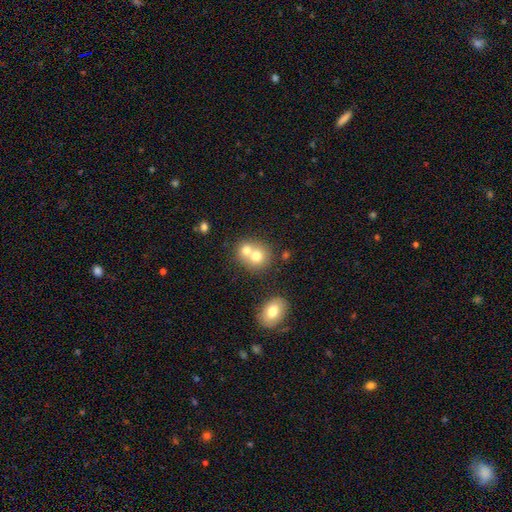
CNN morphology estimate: smooth_or_featured: smooth (p=0.71) [alt: featured or disk p=0.19]
how_rounded: round (p=0.77) [alt: in between p=0.22]
merging: merger (p=0.60) [alt: none p=0.32]